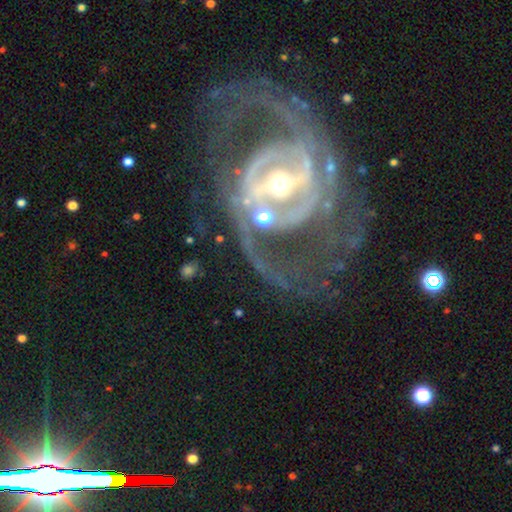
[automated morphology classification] Smooth or featured?
  - featured or disk: 90% *
  - star or artifact: 6%
  - smooth: 4%
Edge-on disk?
  - no: 96% *
  - yes: 4%
Bar?
  - strong: 56% *
  - weak: 30%
  - no: 14%
Spiral arms?
  - yes: 92% *
  - no: 8%
Spiral winding?
  - medium: 49% *
  - tight: 29%
  - loose: 22%
Spiral arm count?
  - 2: 71% *
  - can't tell: 11%
  - 3: 7%
  - 1: 4%
  - 4: 4%
  - more than 4: 3%
Bulge size?
  - moderate: 55% *
  - small: 36%
  - large: 7%
  - dominant: 1%
  - none: 1%
Merging?
  - none: 60% *
  - major disturbance: 23%
  - minor disturbance: 14%
  - merger: 4%